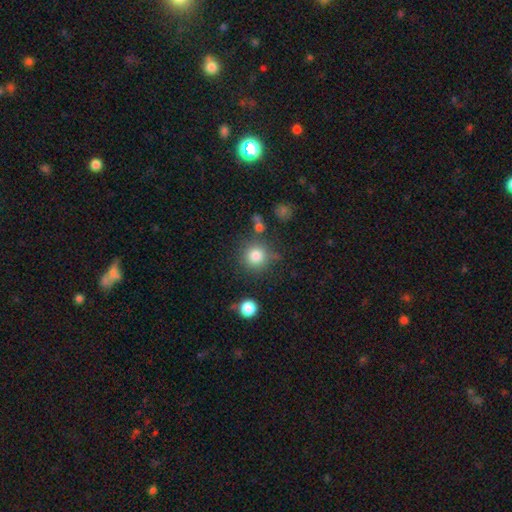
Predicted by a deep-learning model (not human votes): Smooth or featured?
  - smooth: 82% *
  - star or artifact: 12%
  - featured or disk: 6%
How rounded?
  - round: 93% *
  - in between: 6%
  - cigar-shaped: 1%
Merging?
  - none: 76% *
  - minor disturbance: 12%
  - merger: 7%
  - major disturbance: 5%